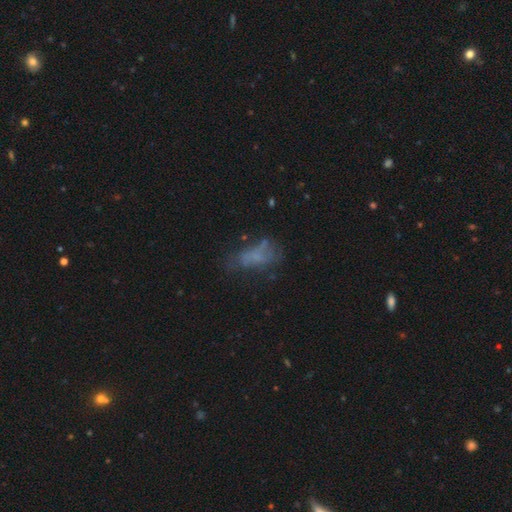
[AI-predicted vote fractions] This appears to be a smooth galaxy with no disk features (45%). Merging: none (40%).